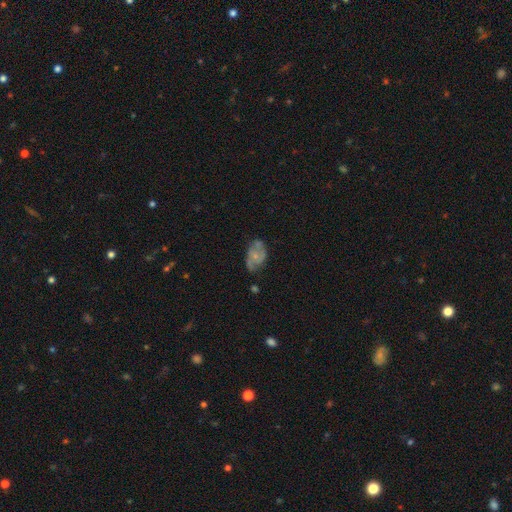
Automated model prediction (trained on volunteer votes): Smooth or featured? Predicted: featured or disk (p=0.60). Edge-on disk? Predicted: no (p=0.97). Bar? Predicted: no (p=0.74). Spiral arms? Predicted: yes (p=0.74). Bulge size? Predicted: small (p=0.66). Merging? Predicted: none (p=0.51).